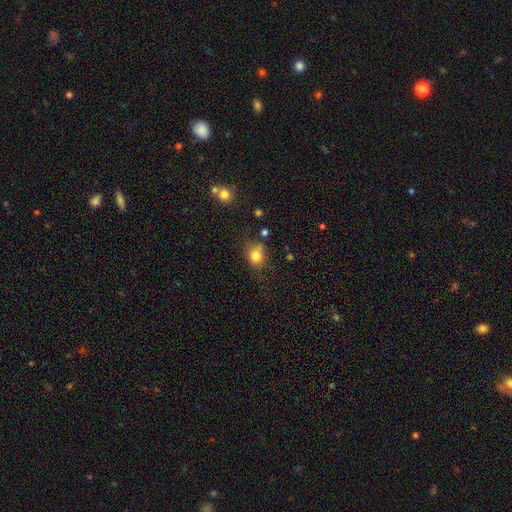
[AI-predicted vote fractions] This is likely a smooth galaxy (80%). How rounded: likely round (62%). Merging: possibly none (59%).